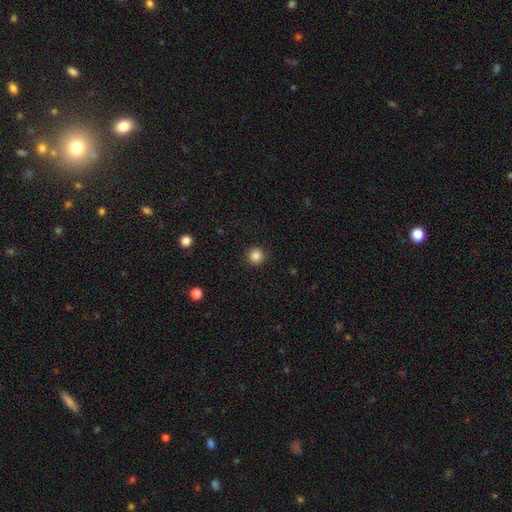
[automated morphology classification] A smooth galaxy with no disk features (85%) that is round (94%).

Vote fractions:
- Smooth or featured? smooth: 85% / star or artifact: 11% / featured or disk: 4%
- How rounded? round: 94% / in between: 5% / cigar-shaped: 1%
- Merging? none: 90% / minor disturbance: 7% / major disturbance: 2% / merger: 1%